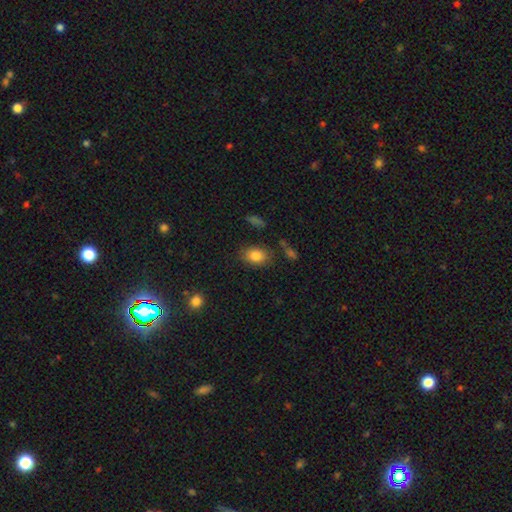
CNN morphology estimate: A smooth galaxy with no disk features (83%) that is in between round and cigar-shaped (72%).

Vote fractions:
- Smooth or featured? smooth: 83% / star or artifact: 9% / featured or disk: 8%
- How rounded? in between: 72% / round: 26% / cigar-shaped: 1%
- Merging? none: 80% / minor disturbance: 13% / major disturbance: 4% / merger: 3%